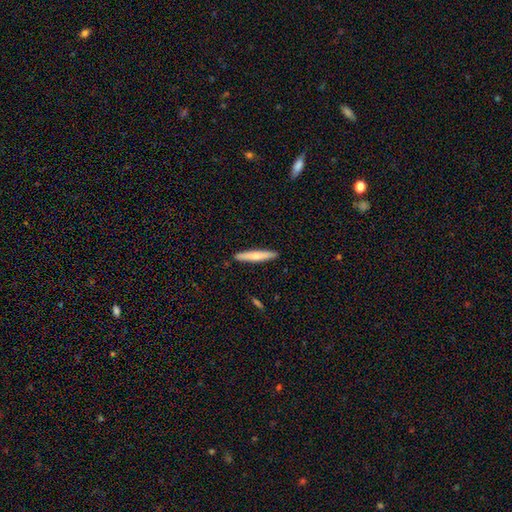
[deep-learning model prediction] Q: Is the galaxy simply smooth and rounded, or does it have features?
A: smooth — 62%.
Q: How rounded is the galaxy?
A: cigar-shaped — 93%.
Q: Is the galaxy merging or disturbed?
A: none — 91%.